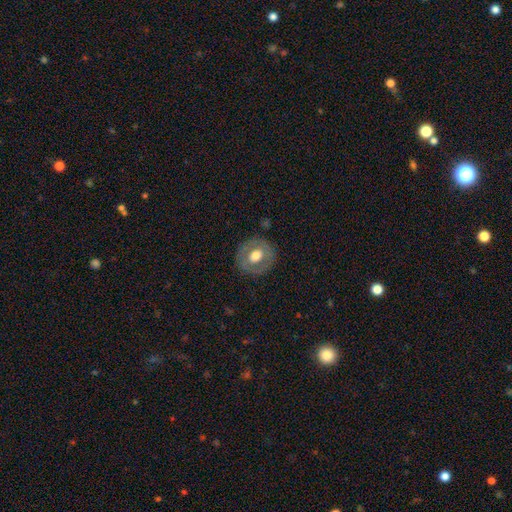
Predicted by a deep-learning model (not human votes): Smooth or featured? smooth (52%)
How rounded? round (81%)
Merging? none (84%)